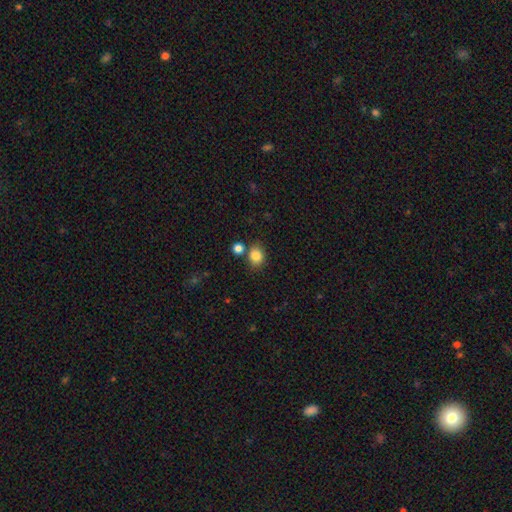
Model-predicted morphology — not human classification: This is clearly a smooth galaxy (84%). How rounded: likely round (63%). Merging: likely none (72%).